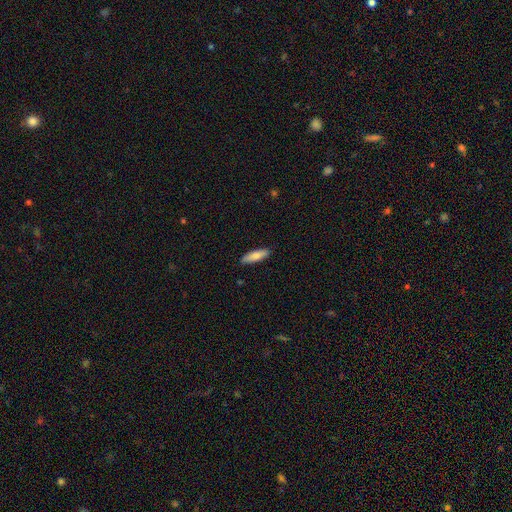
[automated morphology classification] Smooth or featured?
  - smooth: 82% *
  - featured or disk: 13%
  - star or artifact: 6%
How rounded?
  - cigar-shaped: 62% *
  - in between: 36%
  - round: 2%
Merging?
  - none: 88% *
  - minor disturbance: 9%
  - major disturbance: 2%
  - merger: 1%